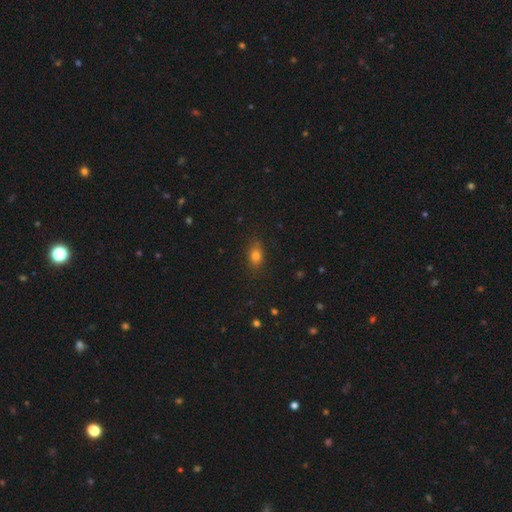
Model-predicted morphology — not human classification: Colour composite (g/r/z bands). It shows a smooth galaxy with no disk features (78%) that is in between round and cigar-shaped (71%). Merging: none (82%).